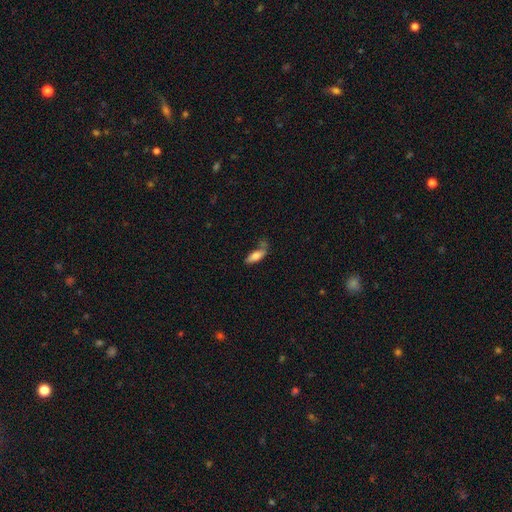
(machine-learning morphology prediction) This appears to be a smooth galaxy with no disk features (77%) that is in between round and cigar-shaped (67%). Merging: none (50%).